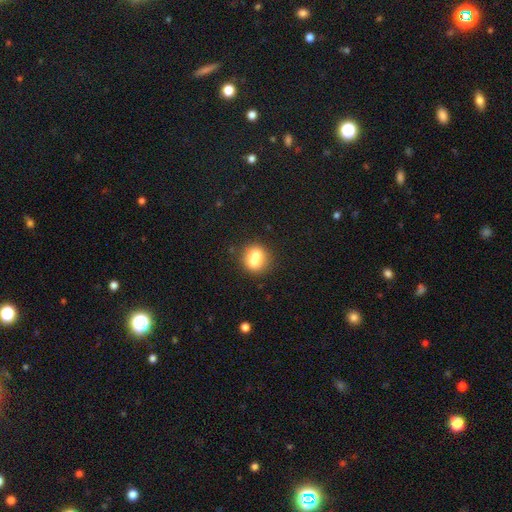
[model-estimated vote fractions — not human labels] A smooth galaxy with no disk features (66%) that is round (74%). Merging: merger (52%).